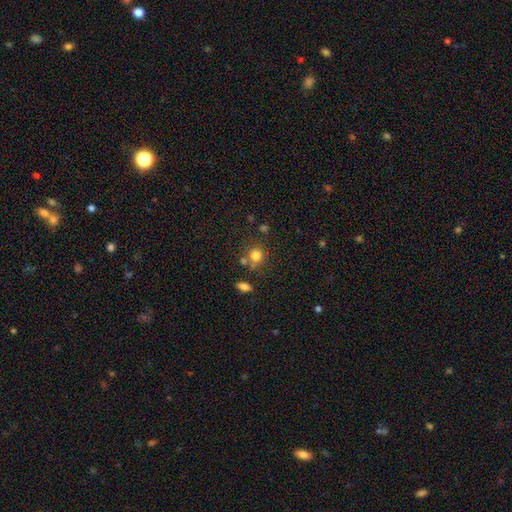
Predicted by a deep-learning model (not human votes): This appears to be a smooth galaxy with no disk features (78%) that is round (84%). Merging: none (67%).